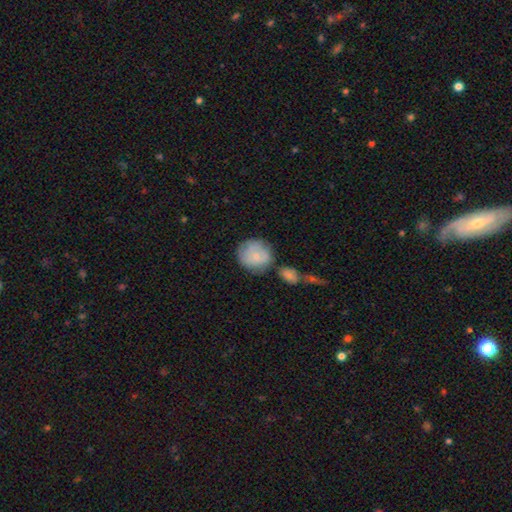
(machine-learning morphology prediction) This is likely a smooth galaxy (71%). How rounded: clearly round (83%). Merging: possibly none (54%).